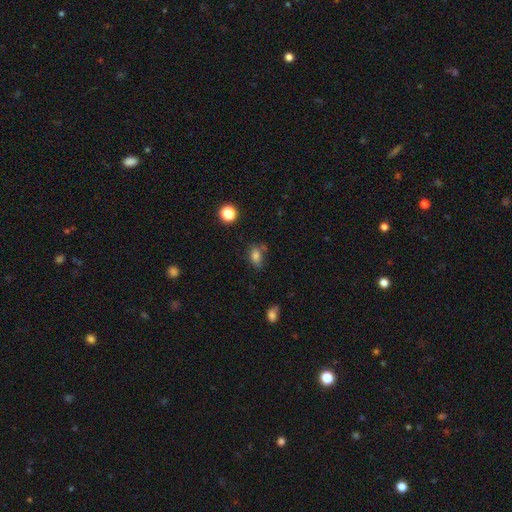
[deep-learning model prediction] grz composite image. It shows a smooth galaxy with no disk features (78%) that is in between round and cigar-shaped (77%). Merging: none (57%).